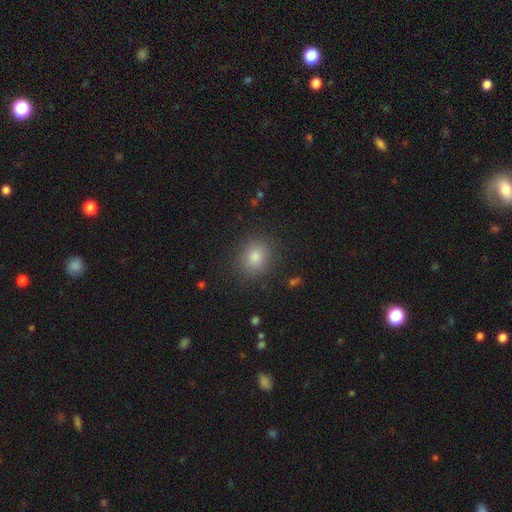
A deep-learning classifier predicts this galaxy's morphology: Q: Smooth or featured?
A: smooth (81%); runner-up: star or artifact (13%)
Q: How rounded?
A: round (68%); runner-up: in between (31%)
Q: Merging?
A: none (88%); runner-up: minor disturbance (8%)